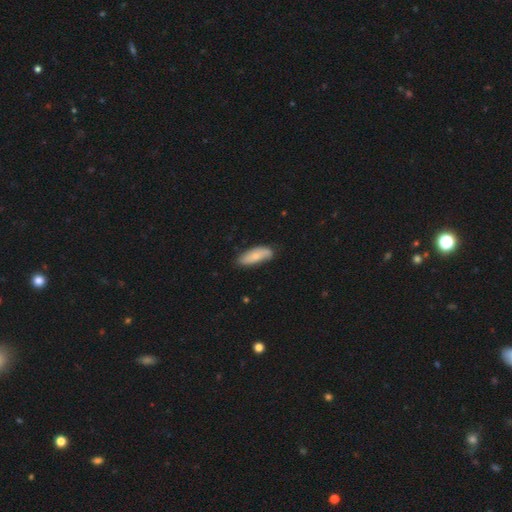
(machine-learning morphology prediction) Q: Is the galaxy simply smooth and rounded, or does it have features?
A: smooth — 73%.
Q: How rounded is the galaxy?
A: in between — 69%.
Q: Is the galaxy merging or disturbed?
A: none — 68%.